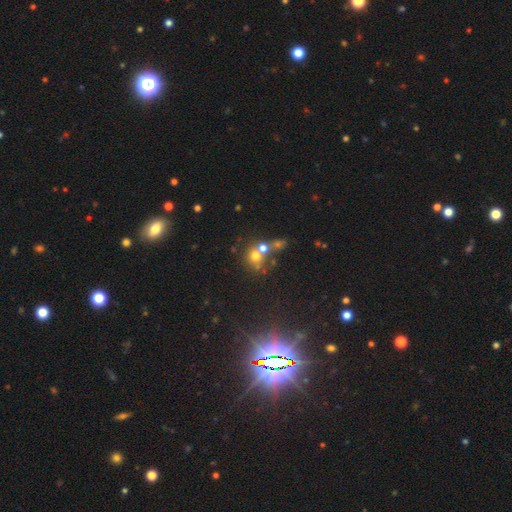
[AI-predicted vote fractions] Smooth or featured: smooth — 60% (featured or disk — 21%)
How rounded: round — 81% (in between — 18%)
Merging: merger — 50% (none — 36%)